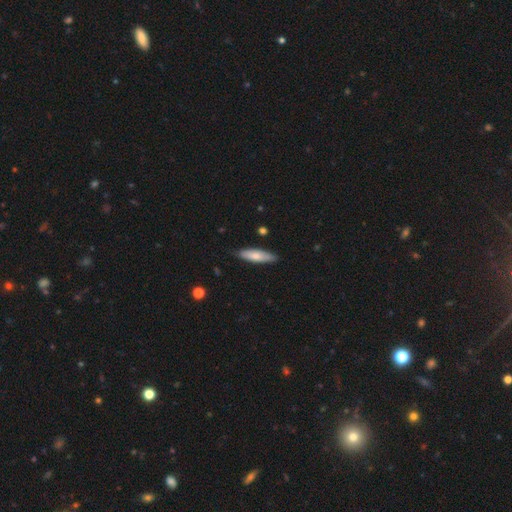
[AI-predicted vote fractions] Overall: smooth (72%). How rounded: cigar-shaped (66%; in between 32%). Merging: none (85%).